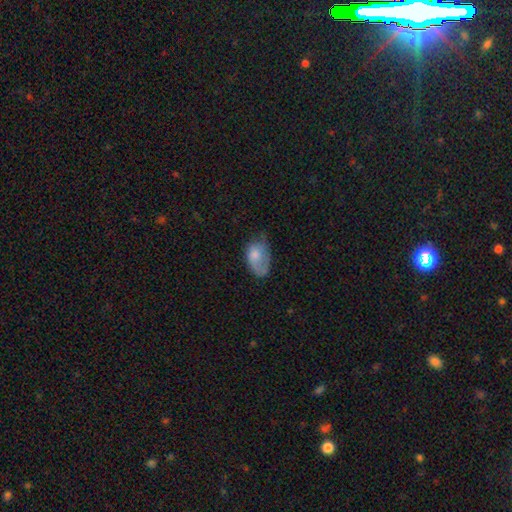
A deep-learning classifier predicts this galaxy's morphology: Overall: smooth (66%; featured or disk 27%). How rounded: in between (90%). Merging: minor disturbance (38%; none 32%).